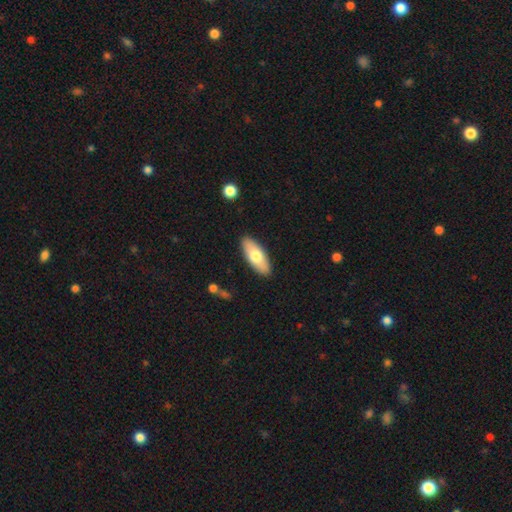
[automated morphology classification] smooth 67%, featured or disk 28%, star or artifact 5%. Down the decision tree: how rounded — in between (75%); merging — none (89%).